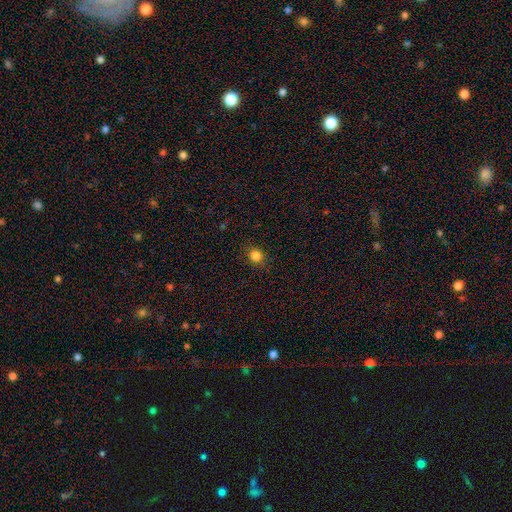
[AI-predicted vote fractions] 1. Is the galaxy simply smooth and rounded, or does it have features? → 83% smooth, 13% star or artifact, 4% featured or disk.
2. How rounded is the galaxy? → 82% round, 17% in between, 1% cigar-shaped.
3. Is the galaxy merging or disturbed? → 88% none, 9% minor disturbance, 2% major disturbance, 1% merger.